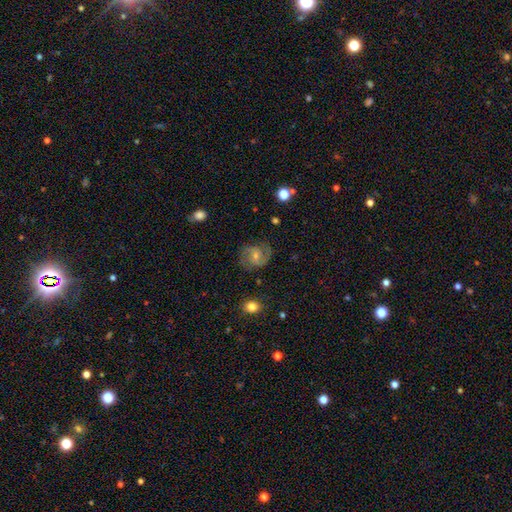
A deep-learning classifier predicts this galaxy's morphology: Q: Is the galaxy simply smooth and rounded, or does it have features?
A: featured or disk — 79%.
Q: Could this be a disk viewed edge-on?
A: no — 98%.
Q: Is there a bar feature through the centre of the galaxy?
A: no — 48%.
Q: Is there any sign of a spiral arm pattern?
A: yes — 96%.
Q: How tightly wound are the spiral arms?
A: medium — 51%.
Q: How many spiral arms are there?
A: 2 — 84%.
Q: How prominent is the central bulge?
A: small — 55%.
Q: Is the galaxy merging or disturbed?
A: none — 79%.